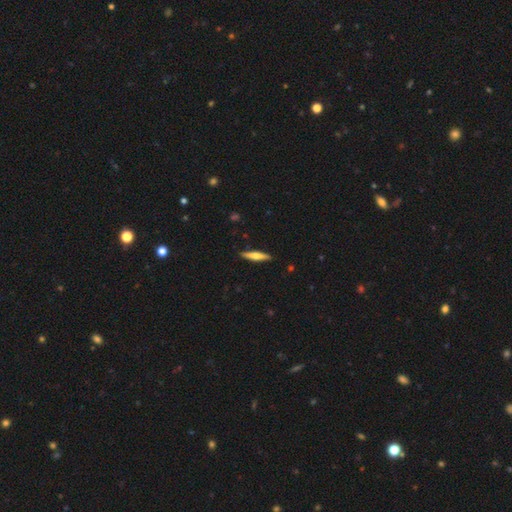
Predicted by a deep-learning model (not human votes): Smooth or featured? smooth (50%)
Merging? none (90%)